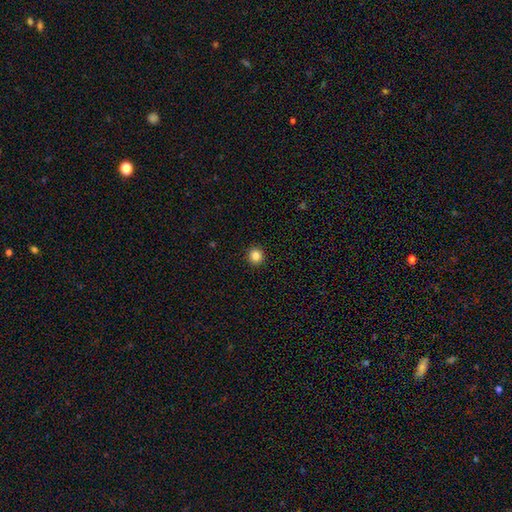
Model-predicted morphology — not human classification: The model was most divided on "smooth or featured": smooth: 85%, star or artifact: 11%, featured or disk: 4%. More confident: merging — none (93%); how rounded — round (91%).